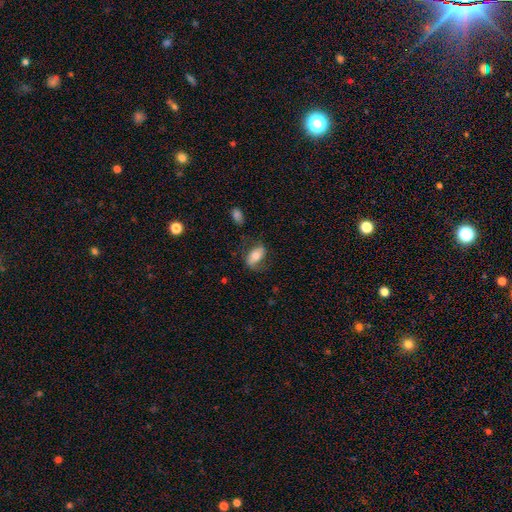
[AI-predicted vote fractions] This appears to be a smooth galaxy with no disk features (58%) that is in between round and cigar-shaped (88%). Merging: none (62%).